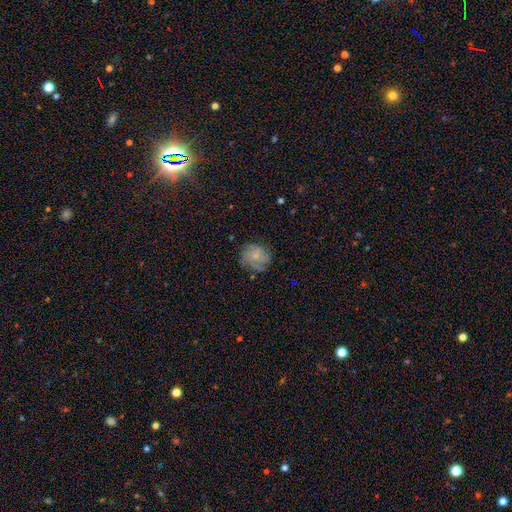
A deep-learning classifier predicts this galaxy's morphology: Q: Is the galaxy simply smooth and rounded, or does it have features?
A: smooth — 47%.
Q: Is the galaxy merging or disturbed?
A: none — 66%.